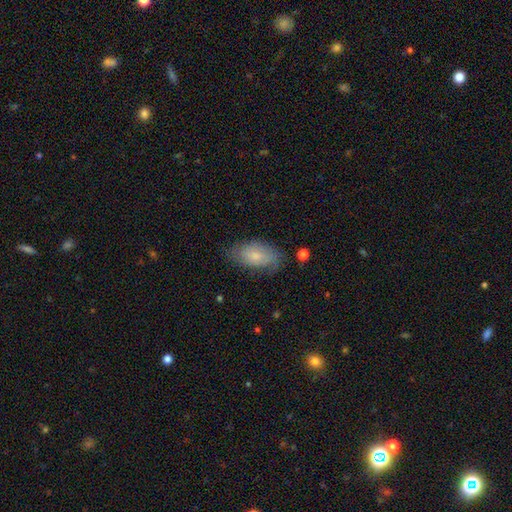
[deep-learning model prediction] Morphology: type=smooth (67%); roundness=in between (92%); merging=none (67%).